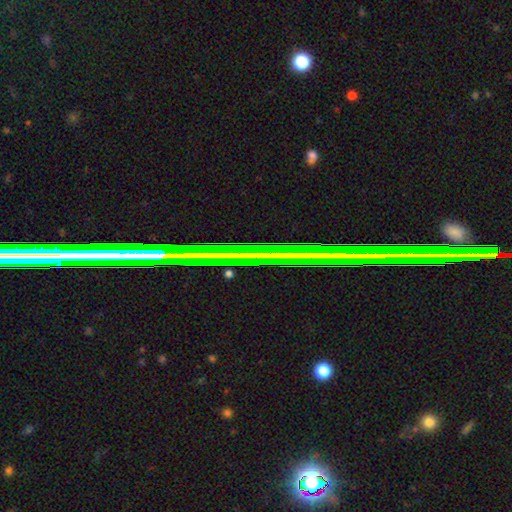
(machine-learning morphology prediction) smooth_or_featured: star or artifact (p=0.71) [alt: featured or disk p=0.17]